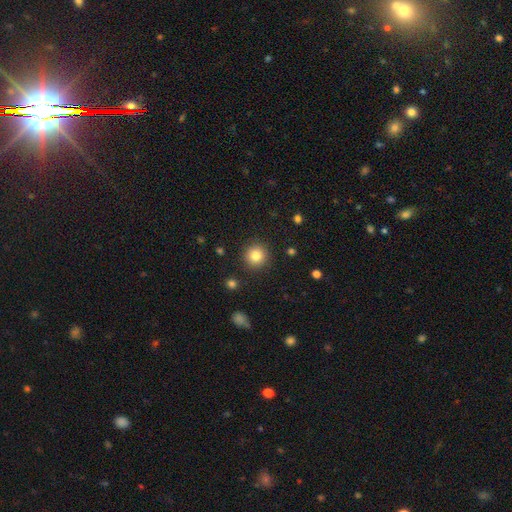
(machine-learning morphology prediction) Smooth or featured? Predicted: smooth (p=0.83). How rounded? Predicted: round (p=0.94). Merging? Predicted: none (p=0.90).